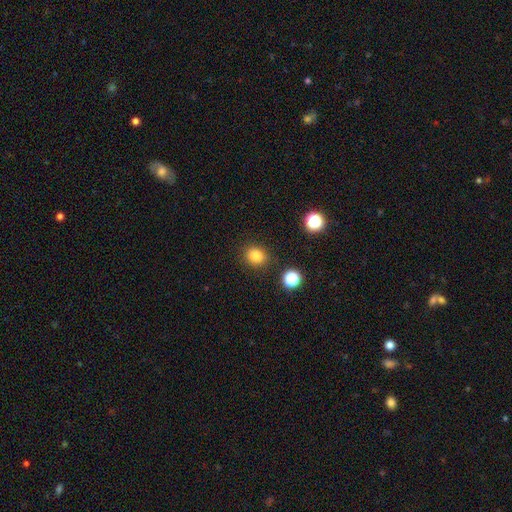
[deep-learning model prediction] A smooth galaxy with no disk features (82%) that is round (69%). Merging: none (85%).